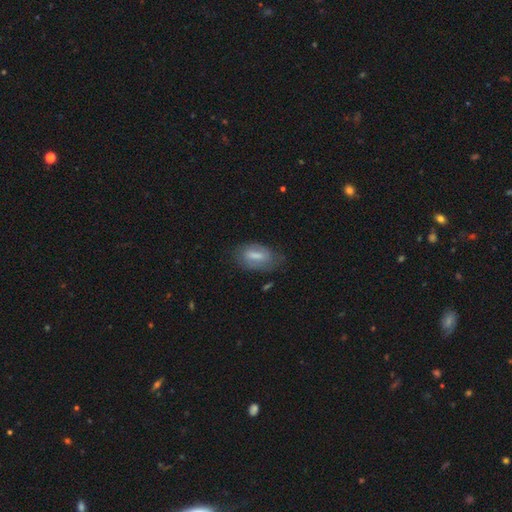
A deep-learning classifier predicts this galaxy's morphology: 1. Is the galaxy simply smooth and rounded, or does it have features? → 59% smooth, 33% featured or disk, 7% star or artifact.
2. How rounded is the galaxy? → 84% in between, 11% cigar-shaped, 5% round.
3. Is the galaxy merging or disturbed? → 62% none, 26% minor disturbance, 10% major disturbance, 2% merger.